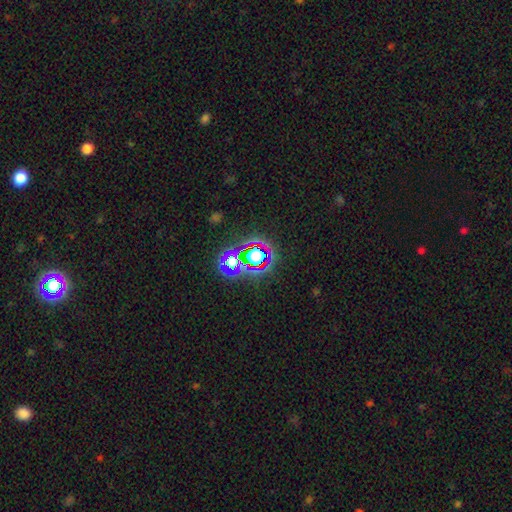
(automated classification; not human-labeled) Smooth or featured?
  - star or artifact: 61% *
  - smooth: 24%
  - featured or disk: 15%